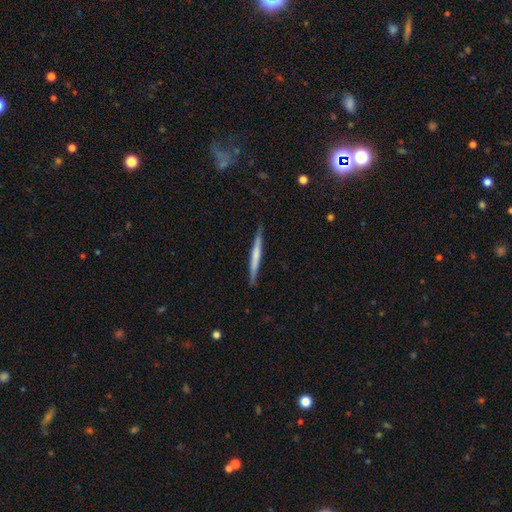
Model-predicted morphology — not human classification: Smooth or featured: smooth — 51% (featured or disk — 44%)
How rounded: cigar-shaped — 97% (in between — 2%)
Merging: none — 87% (minor disturbance — 10%)